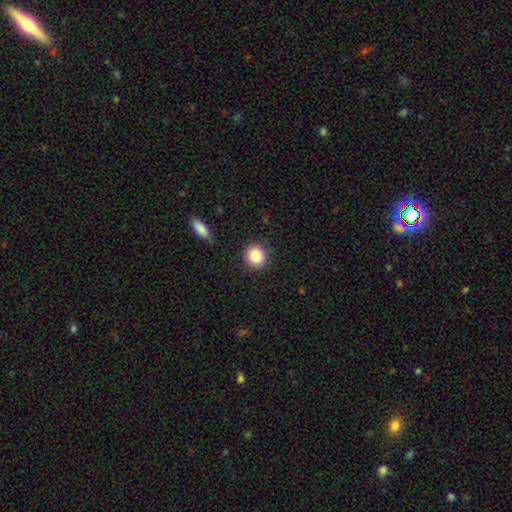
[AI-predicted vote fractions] The model was most divided on "smooth or featured": smooth: 85%, star or artifact: 10%, featured or disk: 6%. More confident: merging — none (89%); how rounded — round (89%).